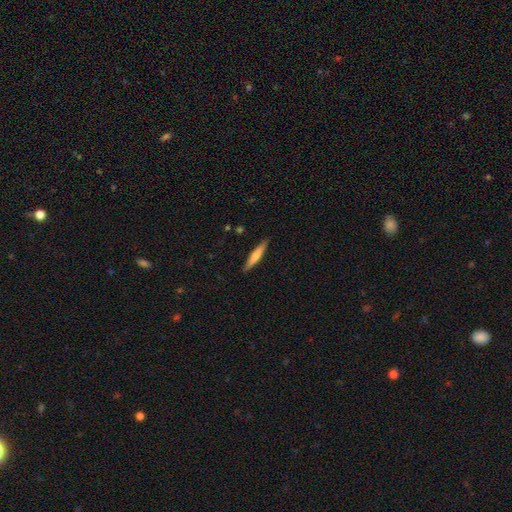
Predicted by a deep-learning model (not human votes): smooth 60%, featured or disk 34%, star or artifact 5%. Down the decision tree: how rounded — cigar-shaped (92%); merging — none (89%).